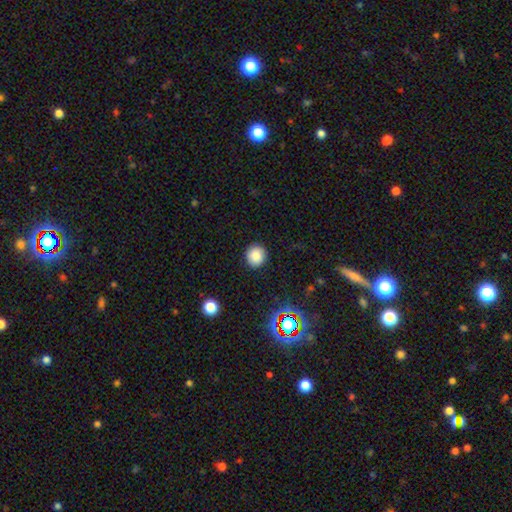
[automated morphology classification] smooth_or_featured: smooth (p=0.84) [alt: star or artifact p=0.12]
how_rounded: round (p=0.89) [alt: in between p=0.10]
merging: none (p=0.90) [alt: minor disturbance p=0.06]